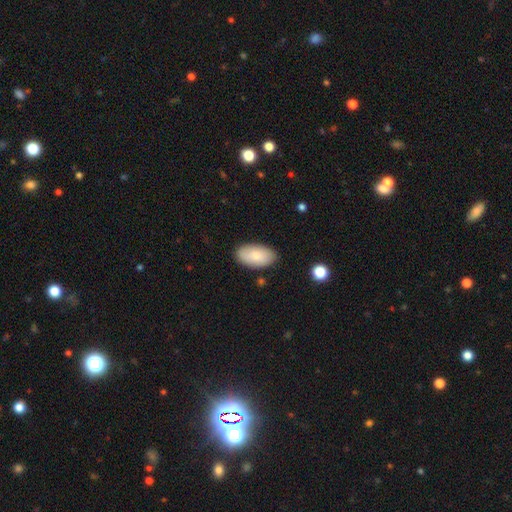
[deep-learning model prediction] Smooth or featured?
  - smooth: 83% *
  - featured or disk: 11%
  - star or artifact: 6%
How rounded?
  - in between: 95% *
  - round: 3%
  - cigar-shaped: 2%
Merging?
  - none: 84% *
  - minor disturbance: 12%
  - major disturbance: 3%
  - merger: 2%